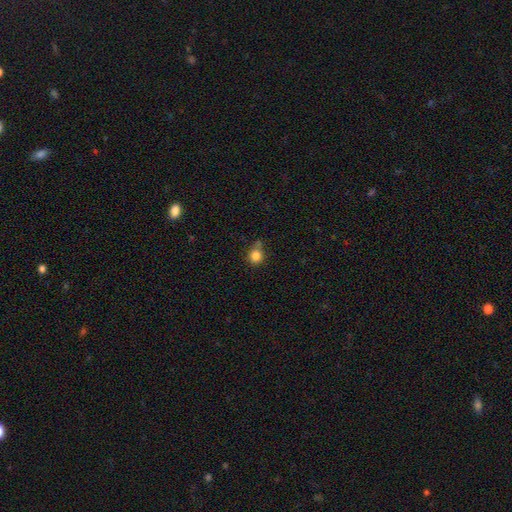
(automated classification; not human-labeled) Smooth or featured? smooth (84%)
How rounded? round (83%)
Merging? none (56%)